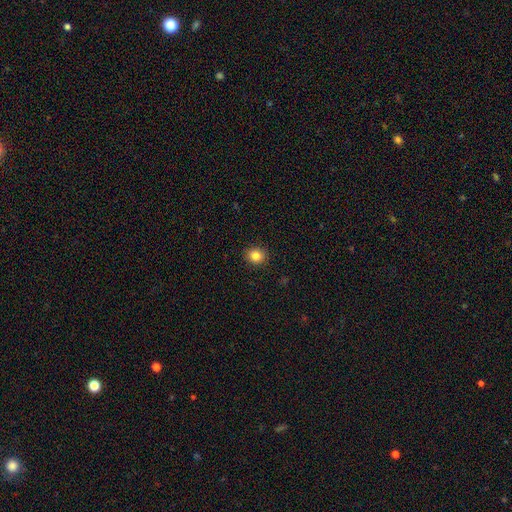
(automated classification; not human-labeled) Overall: smooth (85%). How rounded: round (80%). Merging: none (91%).